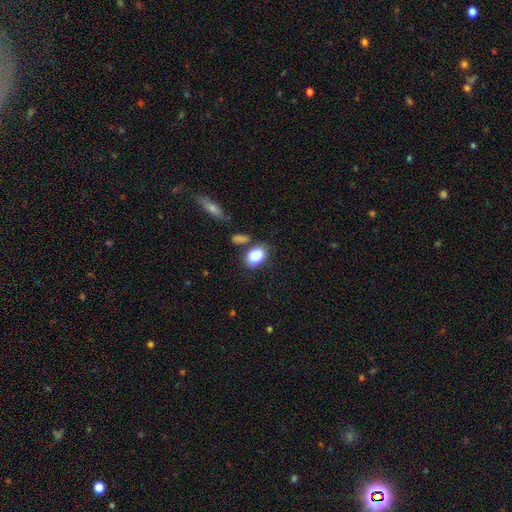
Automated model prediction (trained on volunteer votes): smooth-or-featured: smooth: 87% | star or artifact: 7% | featured or disk: 5%
  how-rounded: in between: 85% | round: 13% | cigar-shaped: 1%
  merging: none: 67% | minor disturbance: 16% | merger: 11% | major disturbance: 5%